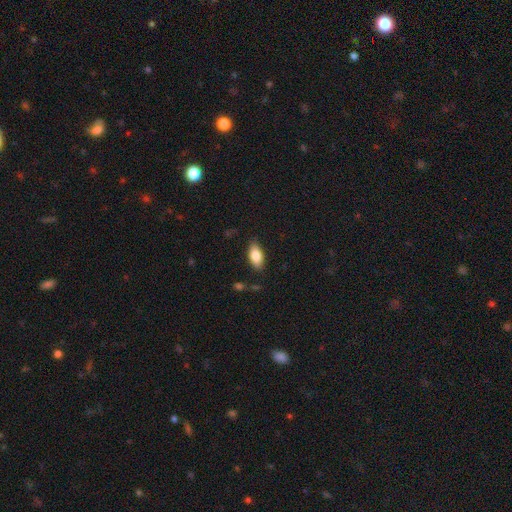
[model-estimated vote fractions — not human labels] smooth_or_featured: smooth (p=0.80) [alt: featured or disk p=0.13]
how_rounded: in between (p=0.90) [alt: cigar-shaped p=0.07]
merging: none (p=0.84) [alt: minor disturbance p=0.12]